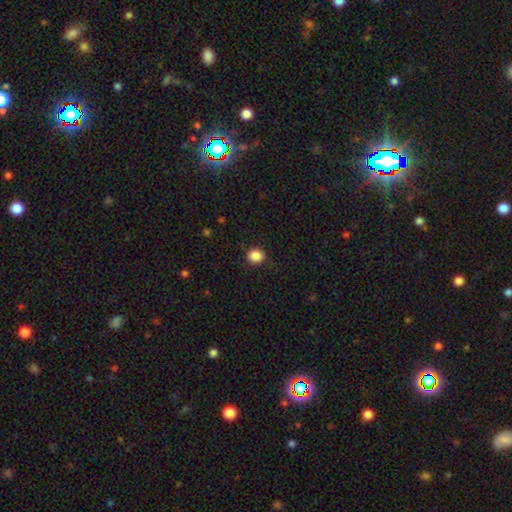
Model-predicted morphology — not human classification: Smooth or featured? smooth (87%)
How rounded? round (81%)
Merging? none (87%)